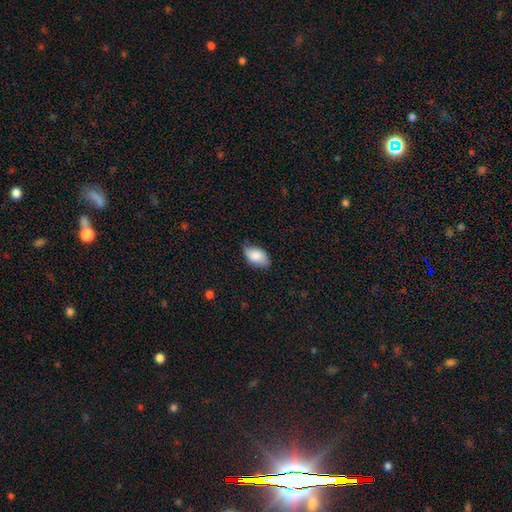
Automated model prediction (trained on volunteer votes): smooth-or-featured: smooth: 82% | featured or disk: 11% | star or artifact: 7%
  how-rounded: in between: 92% | round: 5% | cigar-shaped: 2%
  merging: none: 70% | minor disturbance: 25% | major disturbance: 4% | merger: 1%